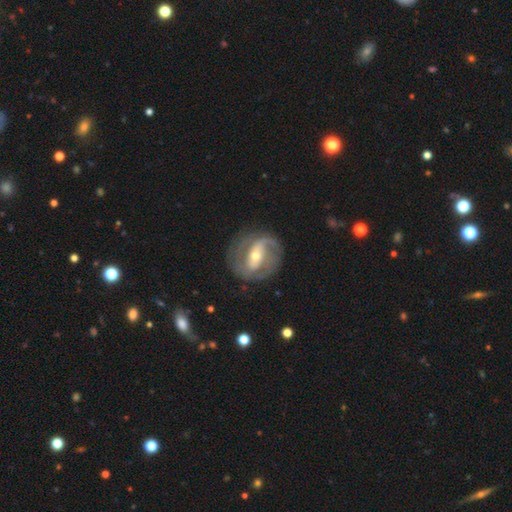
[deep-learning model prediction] Smooth or featured? Predicted: featured or disk (p=0.82). Edge-on disk? Predicted: no (p=0.96). Bar? Predicted: strong (p=0.45). Spiral arms? Predicted: yes (p=0.85). Spiral winding? Predicted: medium (p=0.44). Spiral arm count? Predicted: 2 (p=0.75). Bulge size? Predicted: moderate (p=0.56). Merging? Predicted: none (p=0.75).